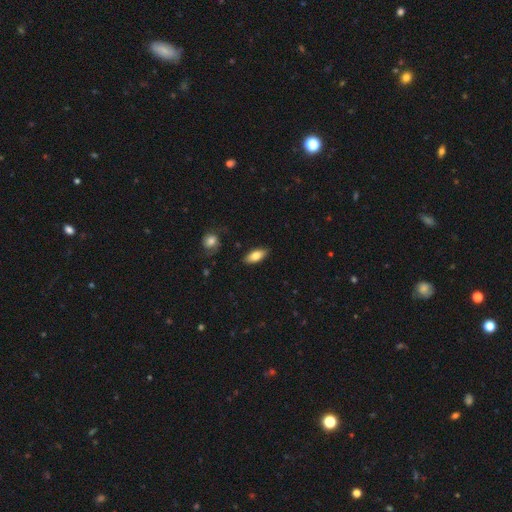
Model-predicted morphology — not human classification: Smooth or featured? smooth (77%)
How rounded? in between (84%)
Merging? none (86%)